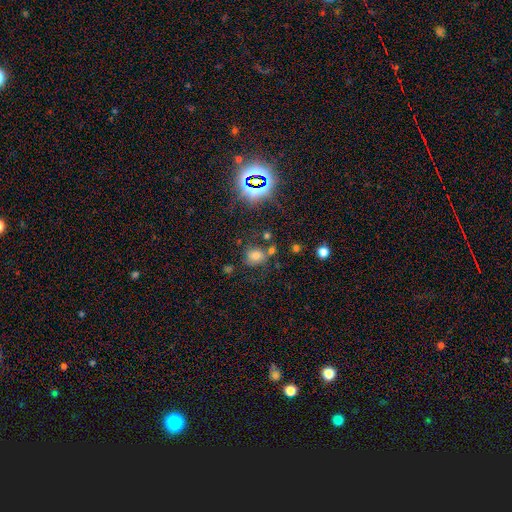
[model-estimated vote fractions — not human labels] A smooth galaxy with no disk features (63%) that is round (64%). Merging: none (65%).